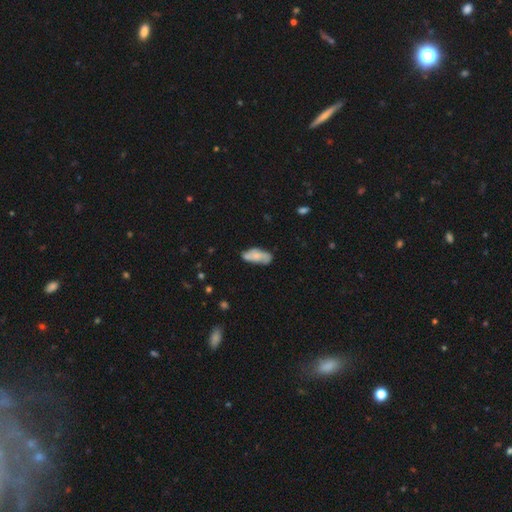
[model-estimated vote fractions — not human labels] smooth_or_featured: smooth (p=0.63) [alt: featured or disk p=0.29]
how_rounded: in between (p=0.81) [alt: cigar-shaped p=0.17]
merging: none (p=0.65) [alt: minor disturbance p=0.25]